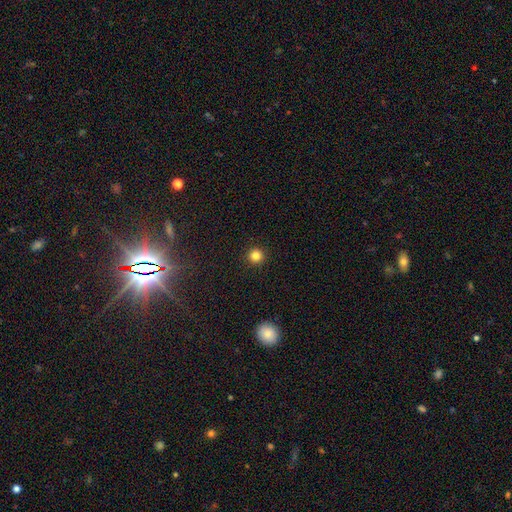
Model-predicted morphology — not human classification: The model was most divided on "smooth or featured": smooth: 83%, star or artifact: 13%, featured or disk: 4%. More confident: how rounded — round (96%); merging — none (93%).